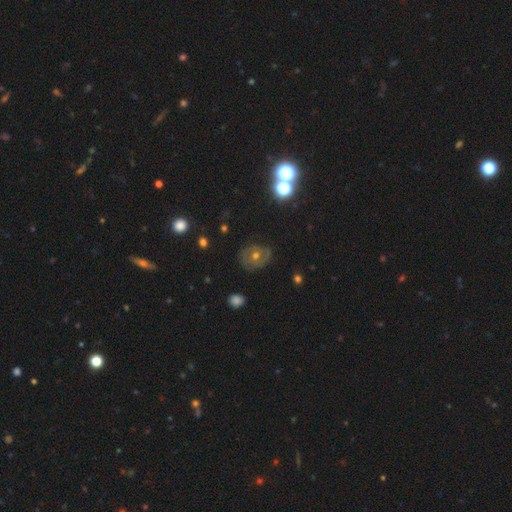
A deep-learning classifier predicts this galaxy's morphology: This appears to be a featured or disk galaxy (49%). Merging: none (77%).